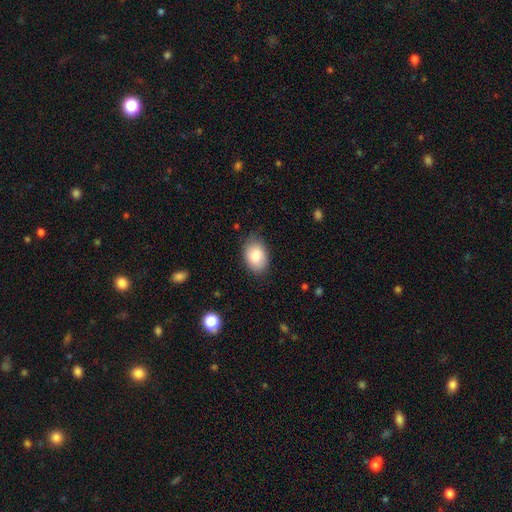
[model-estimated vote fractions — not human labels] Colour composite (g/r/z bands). It shows a smooth galaxy with no disk features (85%) that is in between round and cigar-shaped (86%). Merging: none (80%).